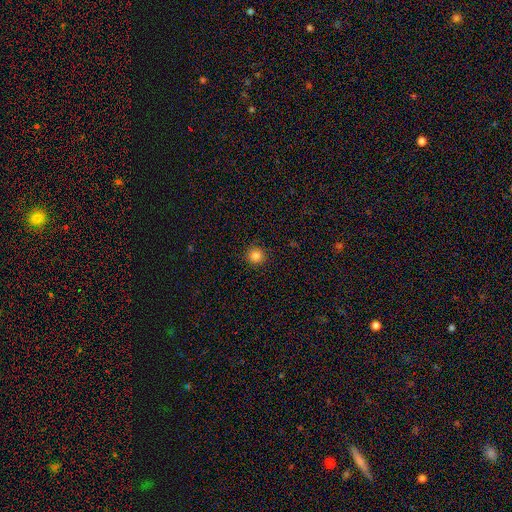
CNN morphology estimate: Smooth or featured: smooth — 84% (star or artifact — 12%)
How rounded: round — 95% (in between — 4%)
Merging: none — 92% (minor disturbance — 6%)